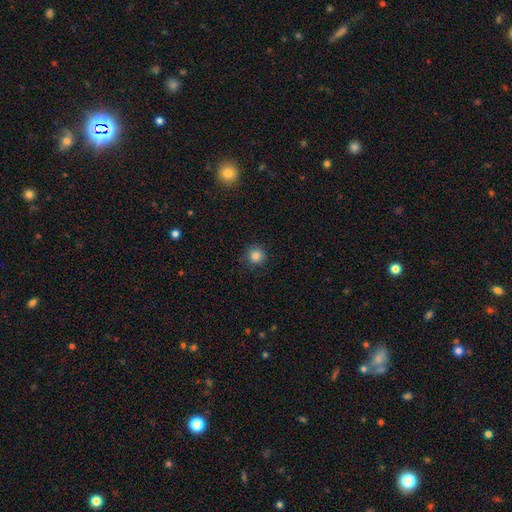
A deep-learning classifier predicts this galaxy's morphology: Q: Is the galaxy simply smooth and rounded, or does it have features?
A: smooth — 85%.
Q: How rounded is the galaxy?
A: round — 94%.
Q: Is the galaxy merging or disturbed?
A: none — 87%.